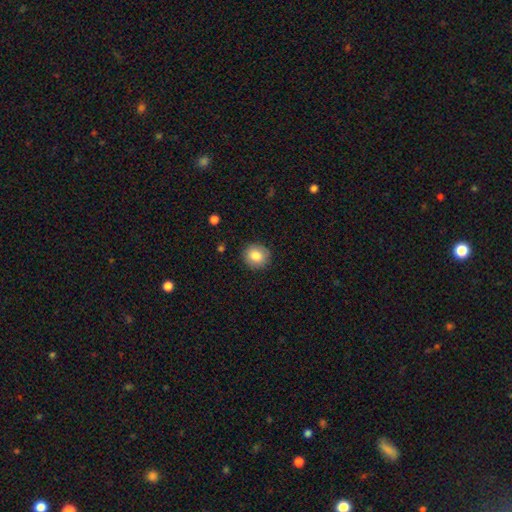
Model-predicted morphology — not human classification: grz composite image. It shows a smooth galaxy with no disk features (84%) that is round (89%). Merging: none (88%).